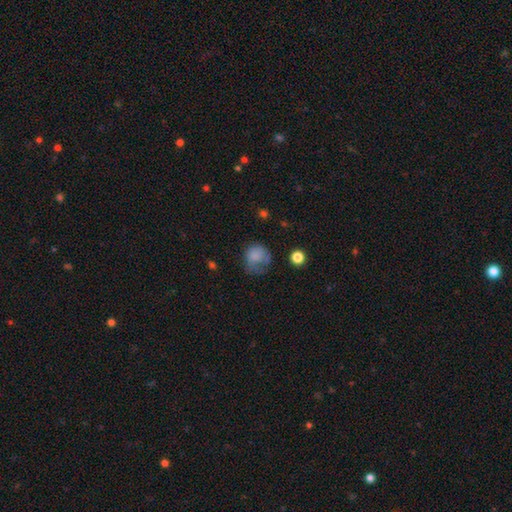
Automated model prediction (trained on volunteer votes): The model was most divided on "merging" (2-way tie): none: 33%, major disturbance: 33%, minor disturbance: 30%, merger: 3%. More confident: smooth or featured — smooth (75%); how rounded — round (71%).